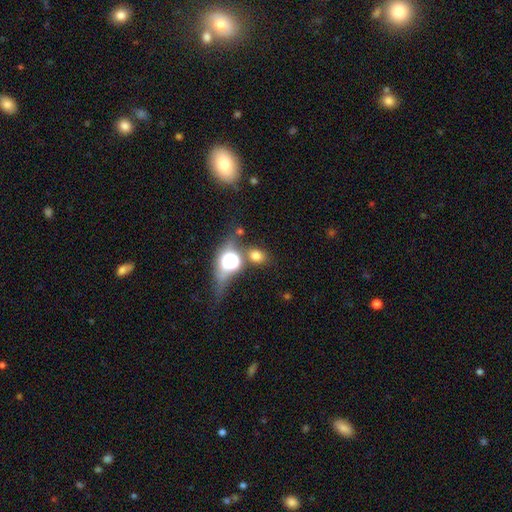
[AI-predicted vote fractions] A smooth galaxy with no disk features (68%) that is in between round and cigar-shaped (49%, tied with round).

Vote fractions:
- Smooth or featured? smooth: 68% / star or artifact: 22% / featured or disk: 10%
- How rounded? in between: 49% (tied) / round: 49% (tied) / cigar-shaped: 2%
- Merging? none: 71% / minor disturbance: 11% / merger: 11% / major disturbance: 7%